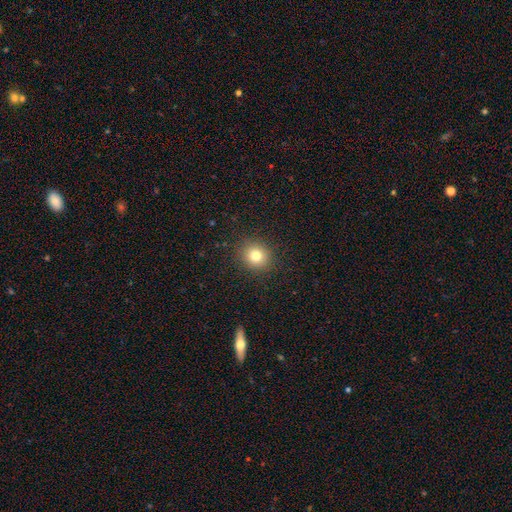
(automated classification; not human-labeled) Smooth or featured? Predicted: smooth (p=0.79). How rounded? Predicted: round (p=0.87). Merging? Predicted: none (p=0.90).